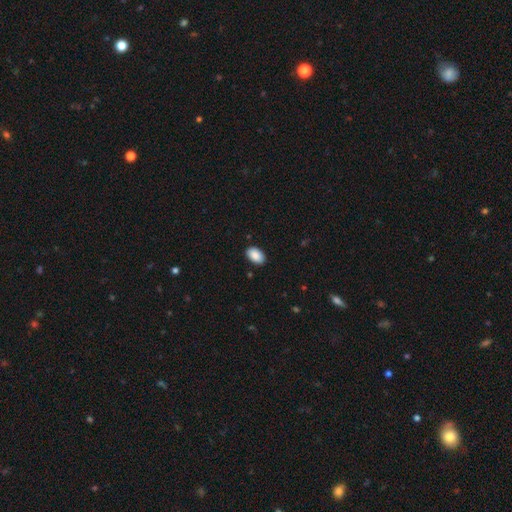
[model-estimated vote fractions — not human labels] This is clearly a smooth galaxy (90%). How rounded: clearly in between (92%). Merging: clearly none (88%).